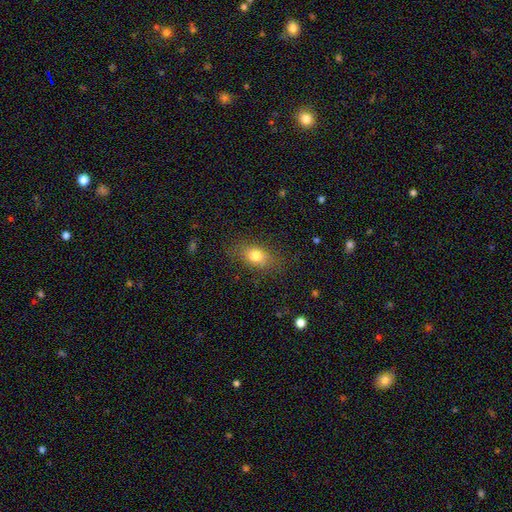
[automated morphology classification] type=smooth (78%); roundness=in between (74%); merging=none (80%).